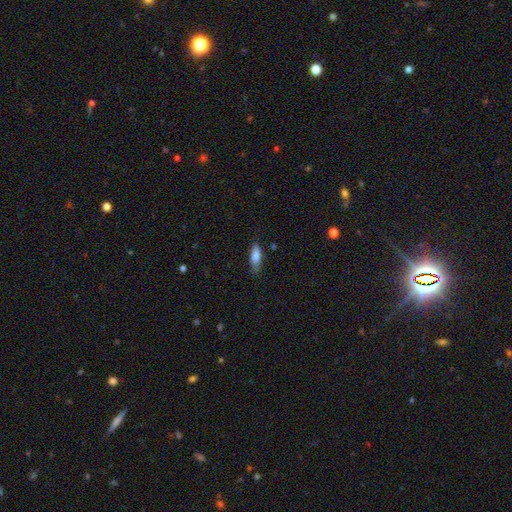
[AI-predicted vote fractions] Smooth or featured?
  - smooth: 77% *
  - featured or disk: 16%
  - star or artifact: 7%
How rounded?
  - in between: 60% *
  - cigar-shaped: 37%
  - round: 2%
Merging?
  - none: 73% *
  - minor disturbance: 22%
  - major disturbance: 4%
  - merger: 2%